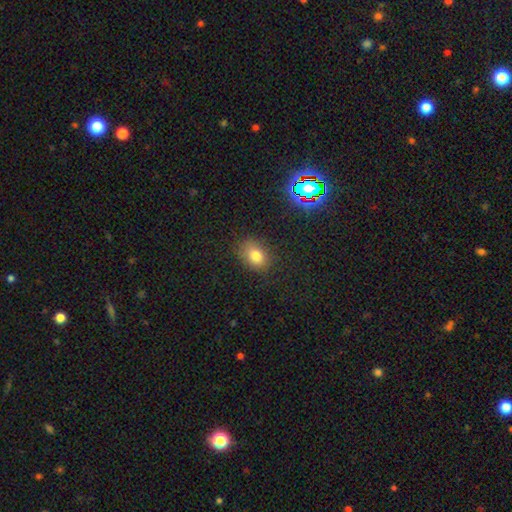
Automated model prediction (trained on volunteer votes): Morphology: type=smooth (78%); roundness=in between (66%); merging=none (82%).